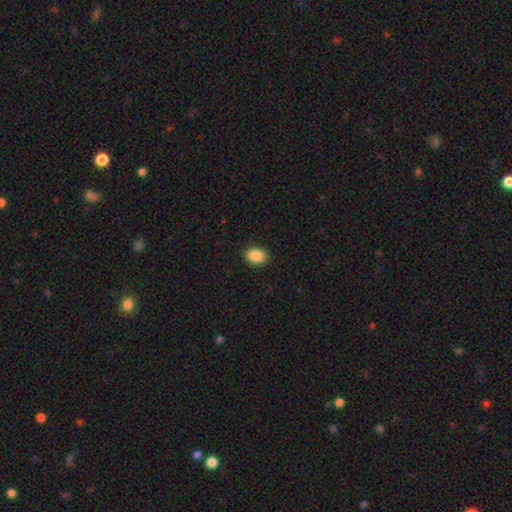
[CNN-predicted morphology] smooth 89%, star or artifact 8%, featured or disk 3%. Down the decision tree: how rounded — in between (72%); merging — none (89%).